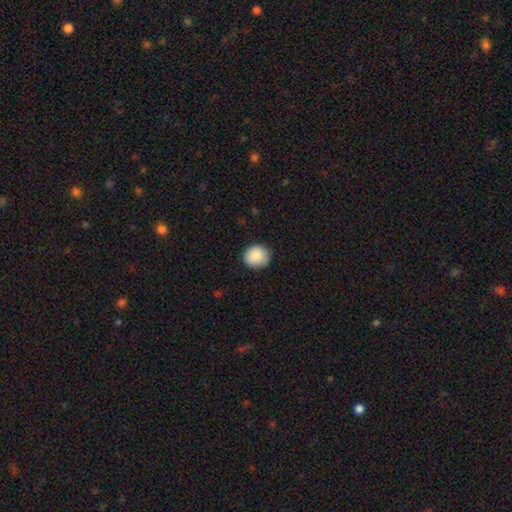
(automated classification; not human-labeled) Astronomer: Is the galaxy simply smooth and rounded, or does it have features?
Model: smooth — 88%.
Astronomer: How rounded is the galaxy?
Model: round — 83%.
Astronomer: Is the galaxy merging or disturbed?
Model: none — 85%.